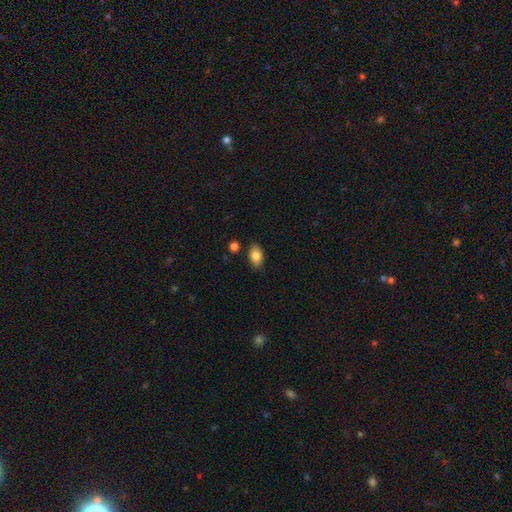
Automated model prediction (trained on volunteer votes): Q: Smooth or featured?
A: smooth (84%); runner-up: featured or disk (9%)
Q: How rounded?
A: in between (89%); runner-up: round (9%)
Q: Merging?
A: none (83%); runner-up: minor disturbance (12%)